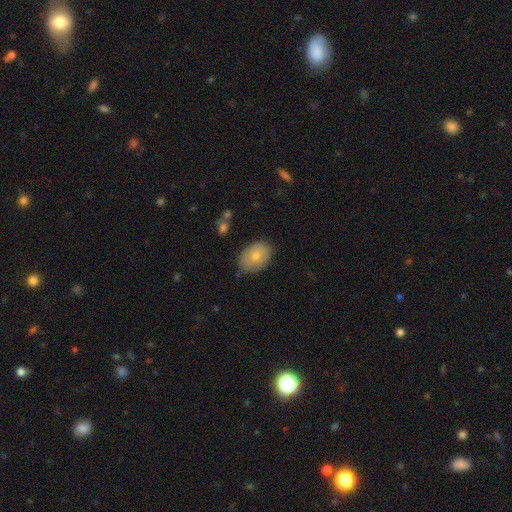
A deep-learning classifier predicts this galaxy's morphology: A smooth galaxy with no disk features (75%) that is in between round and cigar-shaped (79%). Merging: none (77%).